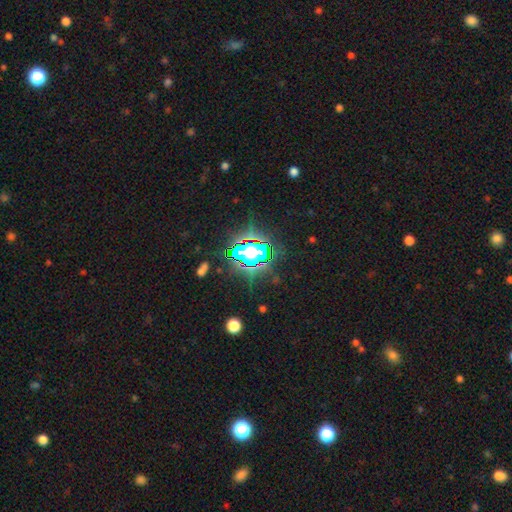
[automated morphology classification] This appears to be a star or artifact, not a galaxy (78%).